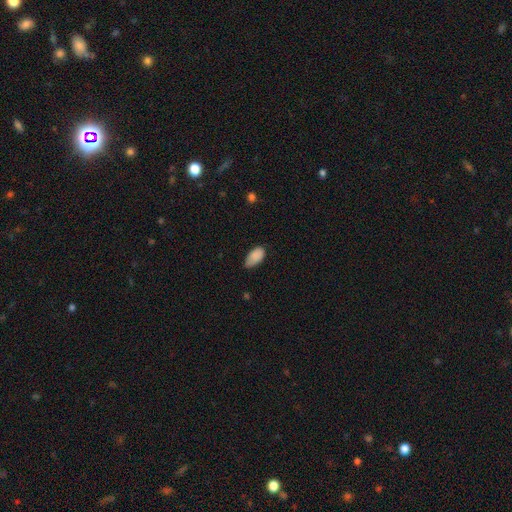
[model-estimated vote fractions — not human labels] smooth_or_featured: smooth (p=0.86) [alt: star or artifact p=0.07]
how_rounded: in between (p=0.94) [alt: round p=0.03]
merging: none (p=0.58) [alt: minor disturbance p=0.35]